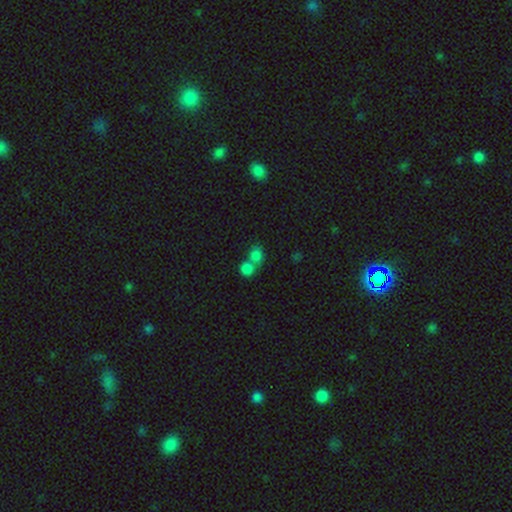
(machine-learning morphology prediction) smooth 80%, star or artifact 13%, featured or disk 7%. Down the decision tree: how rounded — round (72%); merging — merger (53%).